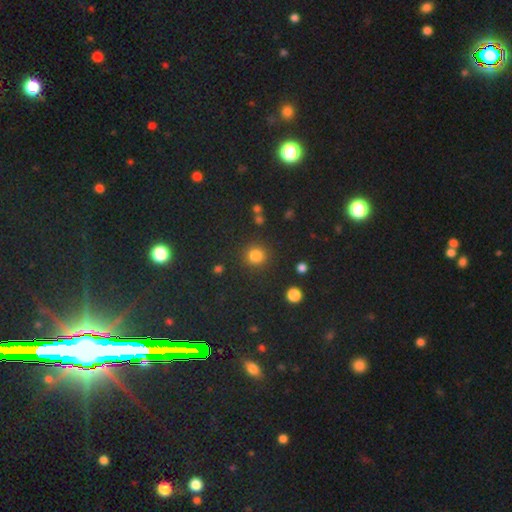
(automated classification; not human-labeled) Smooth or featured: smooth — 81% (star or artifact — 14%)
How rounded: round — 92% (in between — 7%)
Merging: none — 86% (minor disturbance — 7%)